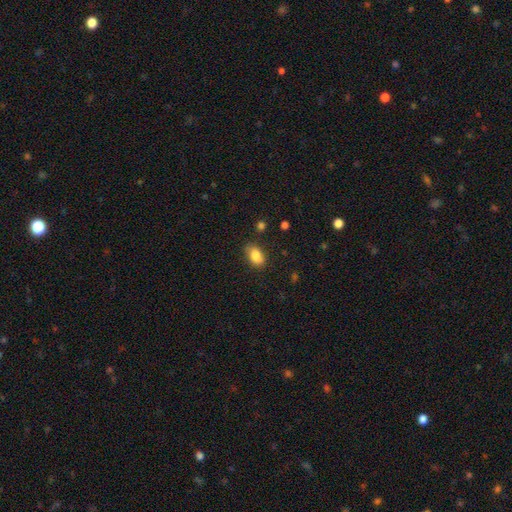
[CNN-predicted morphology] Q: Smooth or featured?
A: smooth (85%); runner-up: star or artifact (8%)
Q: How rounded?
A: in between (87%); runner-up: round (10%)
Q: Merging?
A: none (81%); runner-up: minor disturbance (14%)